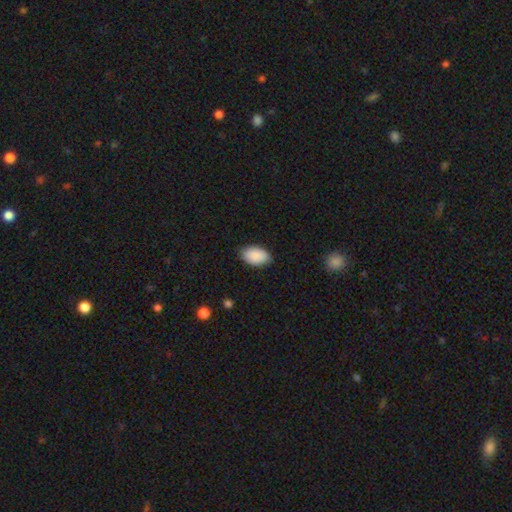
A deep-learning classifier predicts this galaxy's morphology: type=smooth (90%); roundness=in between (94%); merging=none (84%).